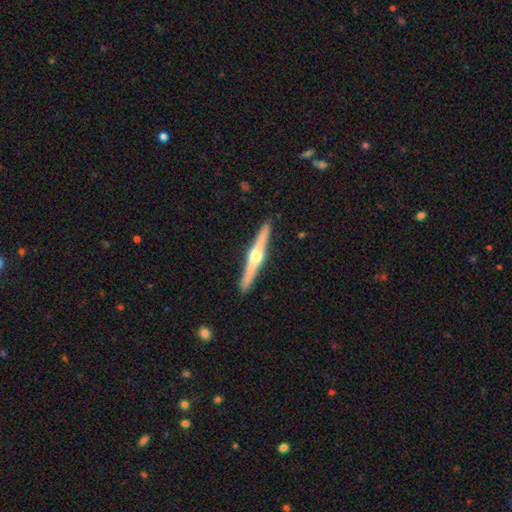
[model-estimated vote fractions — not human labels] smooth_or_featured: featured or disk (p=0.77) [alt: smooth p=0.18]
disk_edge_on: yes (p=0.98) [alt: no p=0.02]
edge_on_bulge: rounded (p=0.94) [alt: none p=0.03]
merging: none (p=0.92) [alt: minor disturbance p=0.06]